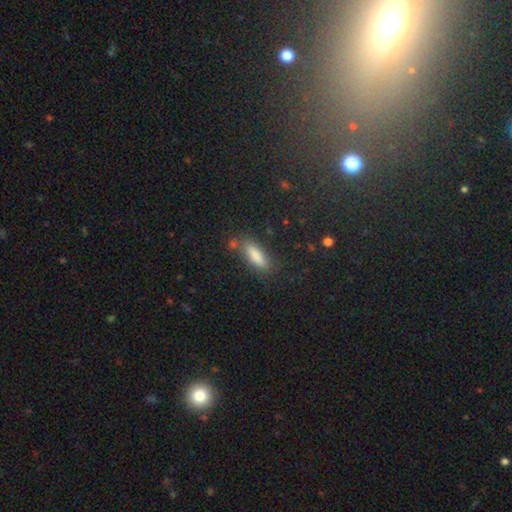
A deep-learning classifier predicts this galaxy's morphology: Q: Smooth or featured?
A: smooth (83%); runner-up: star or artifact (8%)
Q: How rounded?
A: in between (59%); runner-up: cigar-shaped (38%)
Q: Merging?
A: none (74%); runner-up: minor disturbance (16%)